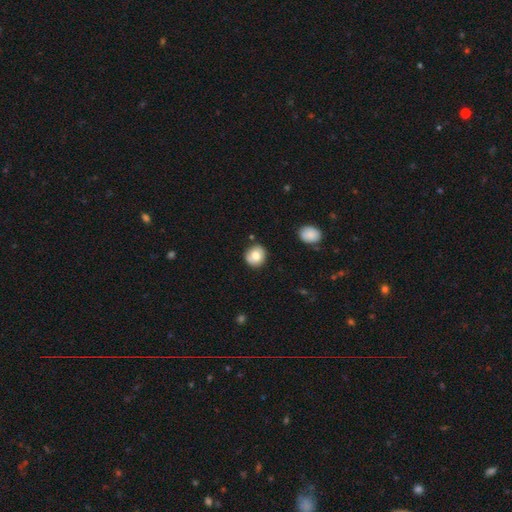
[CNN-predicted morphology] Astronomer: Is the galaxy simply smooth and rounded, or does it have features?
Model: smooth — 76%.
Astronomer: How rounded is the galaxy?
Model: round — 85%.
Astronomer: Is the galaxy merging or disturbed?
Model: none — 86%.